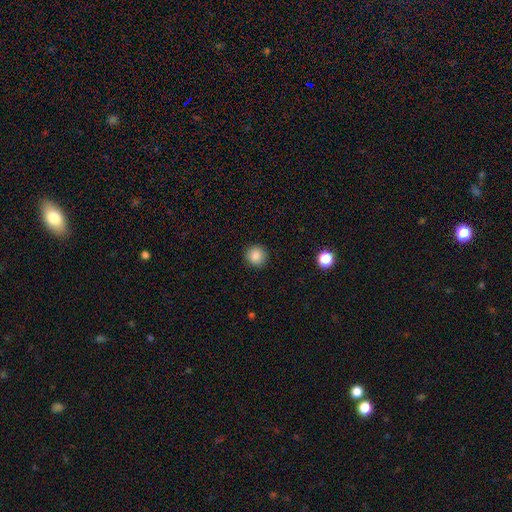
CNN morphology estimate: This is clearly a smooth galaxy (87%). How rounded: clearly round (93%). Merging: clearly none (91%).